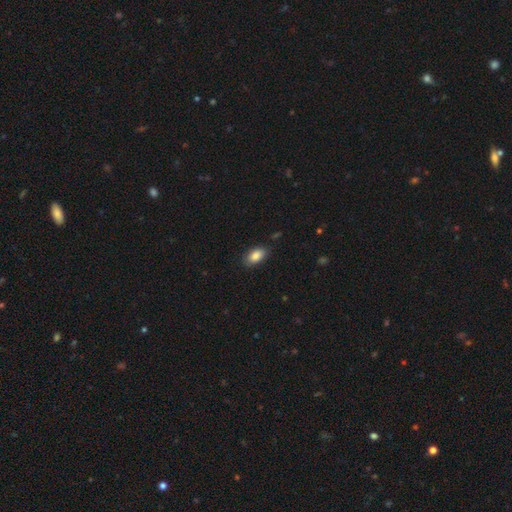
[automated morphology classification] Smooth or featured?
  - smooth: 86% *
  - featured or disk: 7%
  - star or artifact: 7%
How rounded?
  - in between: 93% *
  - round: 5%
  - cigar-shaped: 3%
Merging?
  - none: 82% *
  - minor disturbance: 14%
  - major disturbance: 3%
  - merger: 1%